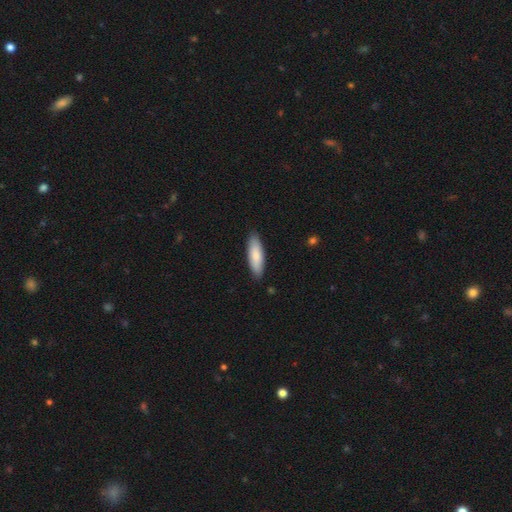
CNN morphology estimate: Smooth or featured: smooth — 83% (featured or disk — 12%)
How rounded: cigar-shaped — 52% (in between — 47%)
Merging: none — 88% (minor disturbance — 10%)